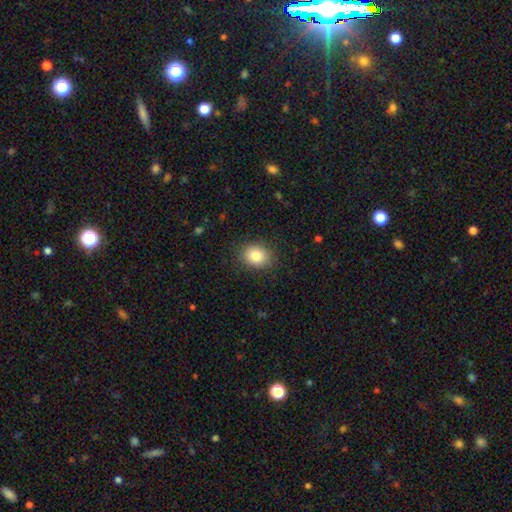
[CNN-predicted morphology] A smooth galaxy with no disk features (83%) that is round (55%).

Vote fractions:
- Smooth or featured? smooth: 83% / star or artifact: 10% / featured or disk: 8%
- How rounded? round: 55% / in between: 44% / cigar-shaped: 1%
- Merging? none: 87% / minor disturbance: 9% / major disturbance: 3% / merger: 1%